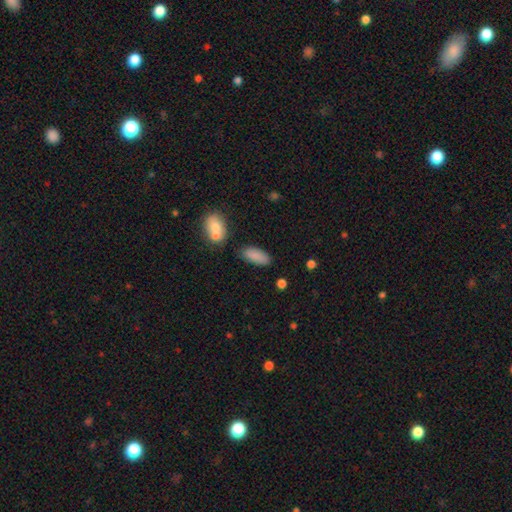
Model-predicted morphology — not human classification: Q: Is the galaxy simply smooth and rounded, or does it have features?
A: smooth — 87%.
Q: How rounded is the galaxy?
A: in between — 81%.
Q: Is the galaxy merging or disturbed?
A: none — 78%.